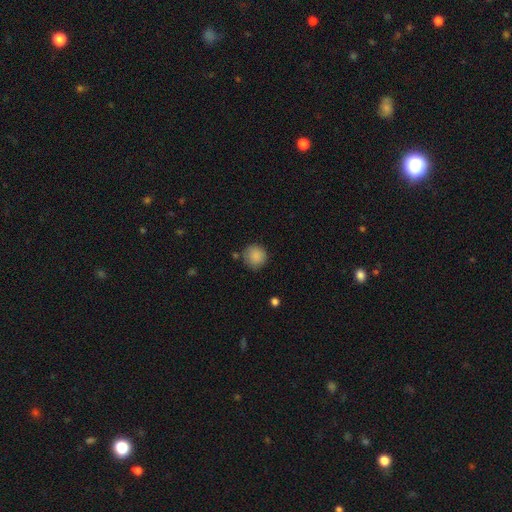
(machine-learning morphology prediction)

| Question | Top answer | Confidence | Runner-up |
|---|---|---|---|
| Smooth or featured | smooth | 88% | star or artifact (8%) |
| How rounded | round | 93% | in between (6%) |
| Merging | none | 82% | minor disturbance (11%) |